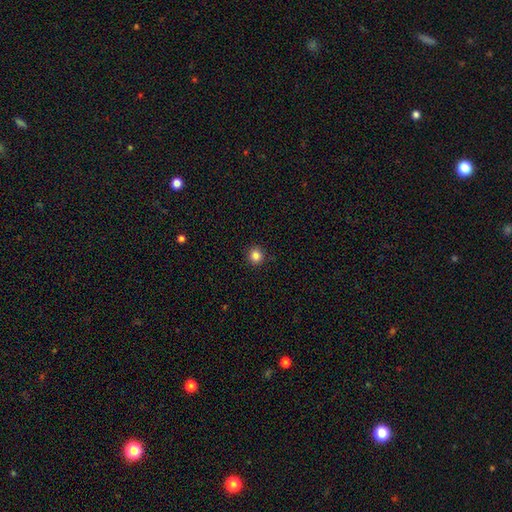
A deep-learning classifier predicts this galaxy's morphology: A smooth galaxy with no disk features (84%) that is round (91%).

Vote fractions:
- Smooth or featured? smooth: 84% / star or artifact: 12% / featured or disk: 4%
- How rounded? round: 91% / in between: 8% / cigar-shaped: 1%
- Merging? none: 91% / minor disturbance: 6% / major disturbance: 2% / merger: 1%